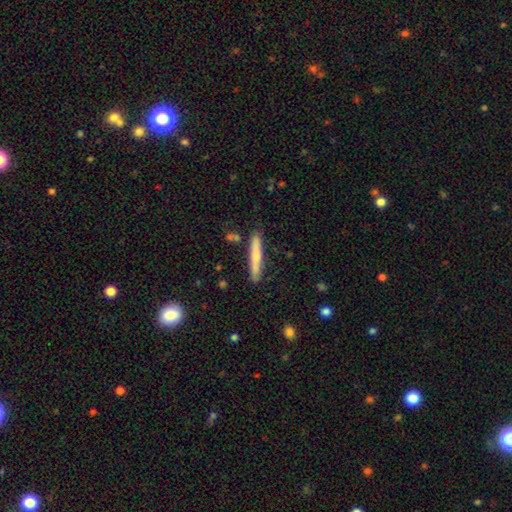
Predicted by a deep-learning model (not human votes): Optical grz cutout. It shows a smooth galaxy with no disk features (63%) that is cigar-shaped (94%). Merging: none (85%).